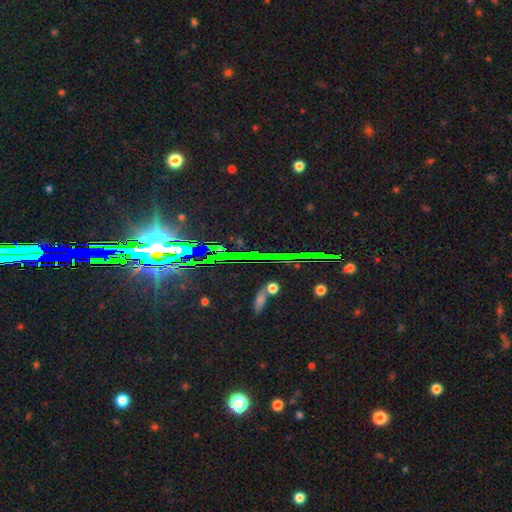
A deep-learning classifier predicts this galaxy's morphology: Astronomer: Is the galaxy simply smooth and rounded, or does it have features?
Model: star or artifact — 80%.